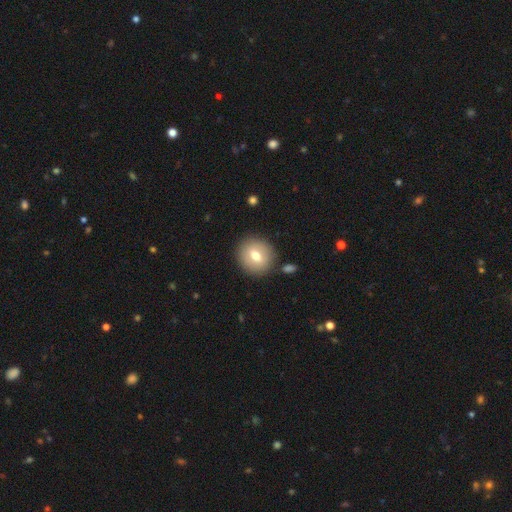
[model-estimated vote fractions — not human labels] Overall: smooth (69%). How rounded: round (87%). Merging: none (87%).